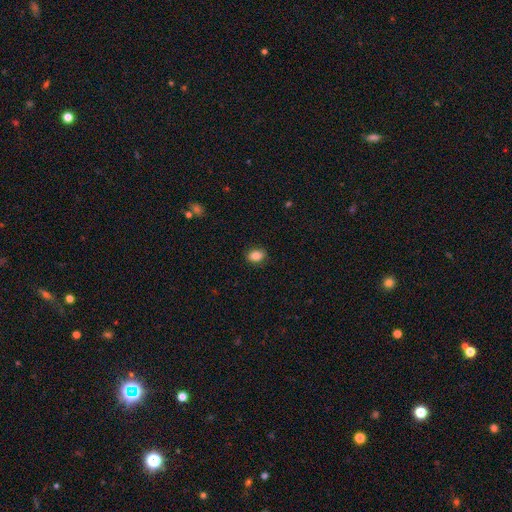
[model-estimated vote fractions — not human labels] Morphology: type=smooth (86%); roundness=in between (68%); merging=none (86%).